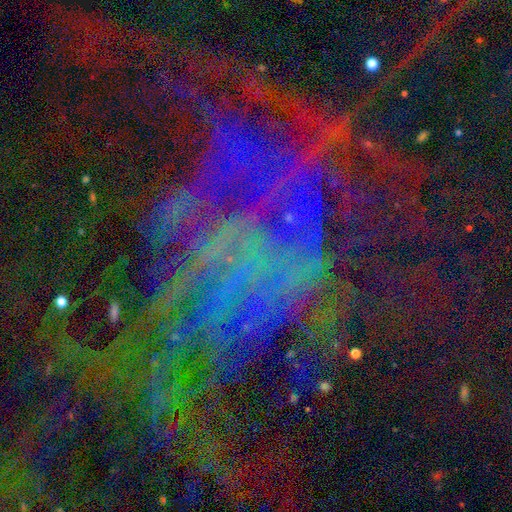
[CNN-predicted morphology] A star or artifact, not a galaxy (68%).

Vote fractions:
- Smooth or featured? star or artifact: 68% / featured or disk: 22% / smooth: 10%